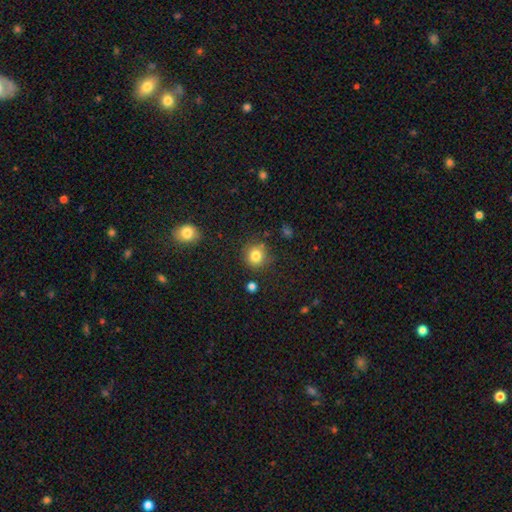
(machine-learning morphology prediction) type=smooth (82%); roundness=round (89%); merging=none (83%).